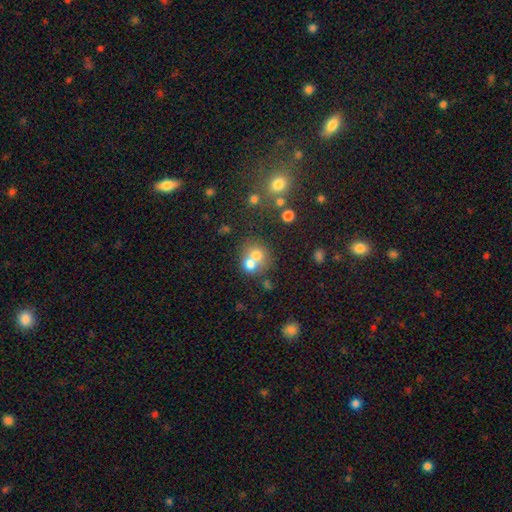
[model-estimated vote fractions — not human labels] This is likely a smooth galaxy (67%). How rounded: likely round (76%). Merging: possibly merger (55%).